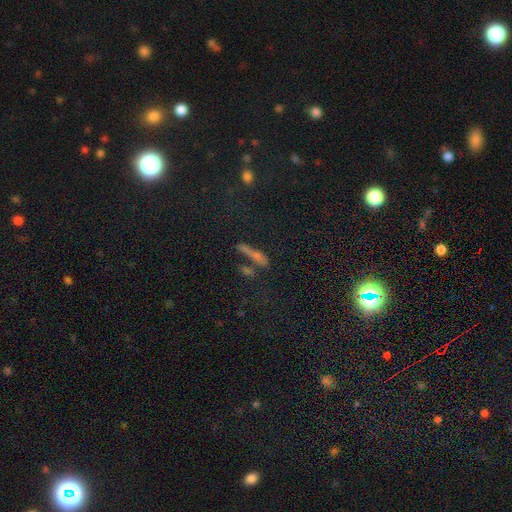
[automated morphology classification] Smooth or featured: smooth — 39% (star or artifact — 32%)
Merging: none — 60% (merger — 18%)